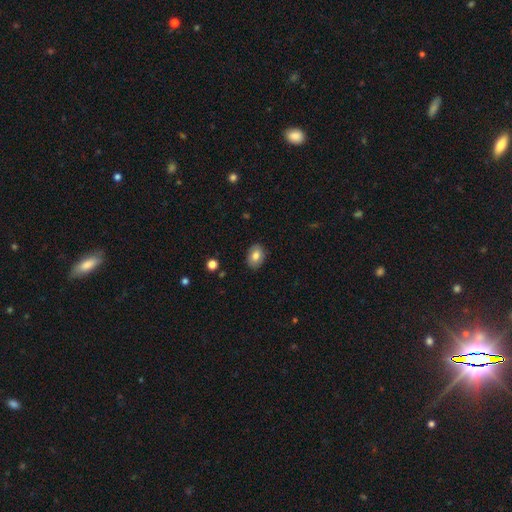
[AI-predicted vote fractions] This is likely a smooth galaxy (79%). How rounded: likely in between (77%). Merging: clearly none (87%).